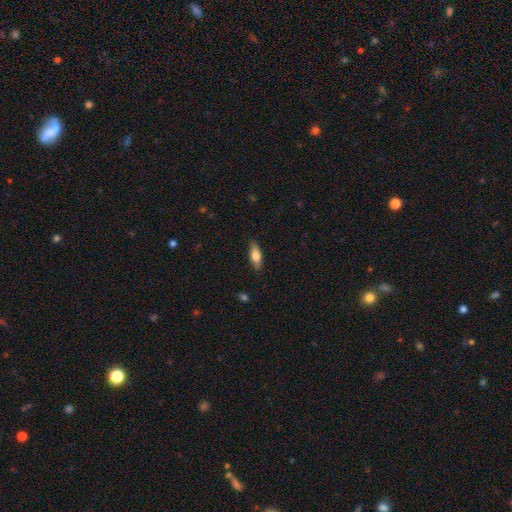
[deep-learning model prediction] Q: Smooth or featured?
A: smooth (74%); runner-up: featured or disk (20%)
Q: How rounded?
A: in between (67%); runner-up: cigar-shaped (31%)
Q: Merging?
A: none (85%); runner-up: minor disturbance (12%)